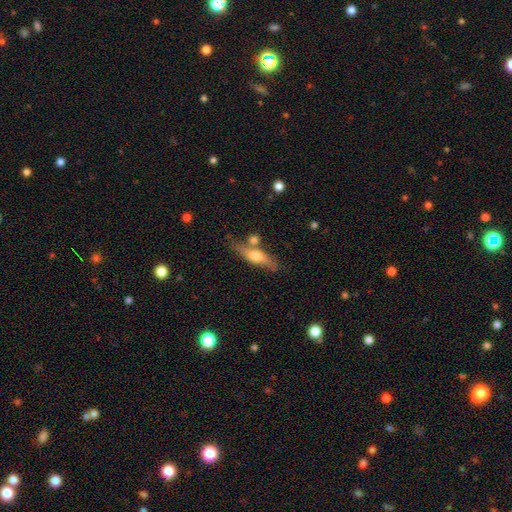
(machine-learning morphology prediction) This appears to be a smooth galaxy with no disk features (51%) that is cigar-shaped (59%). Merging: none (62%).